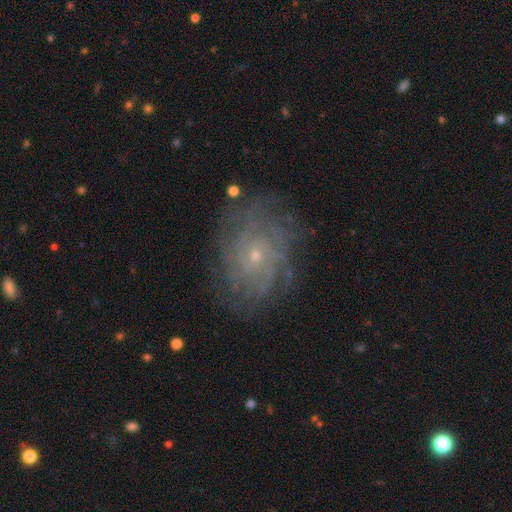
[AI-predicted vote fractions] Smooth or featured? Predicted: featured or disk (p=0.77). Edge-on disk? Predicted: no (p=0.97). Bar? Predicted: no (p=0.82). Spiral arms? Predicted: yes (p=0.88). Spiral winding? Predicted: tight (p=0.67). Spiral arm count? Predicted: can't tell (p=0.45). Bulge size? Predicted: small (p=0.77). Merging? Predicted: none (p=0.75).